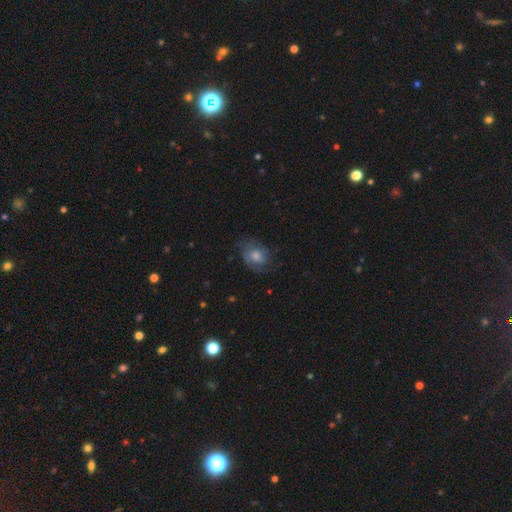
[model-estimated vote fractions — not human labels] smooth_or_featured: featured or disk (p=0.53) [alt: smooth p=0.35]
disk_edge_on: no (p=0.96) [alt: yes p=0.04]
bar: no (p=0.71) [alt: weak p=0.25]
has_spiral_arms: yes (p=0.82) [alt: no p=0.18]
bulge_size: moderate (p=0.57) [alt: small p=0.24]
merging: none (p=0.68) [alt: minor disturbance p=0.20]